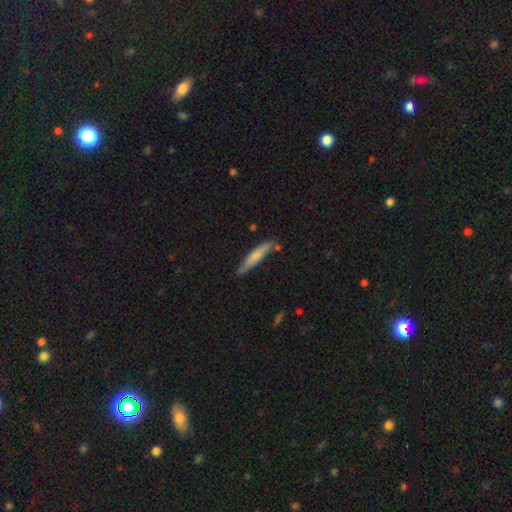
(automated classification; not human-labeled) Smooth or featured?
  - smooth: 67% *
  - featured or disk: 28%
  - star or artifact: 5%
How rounded?
  - cigar-shaped: 90% *
  - in between: 9%
  - round: 1%
Merging?
  - none: 75% *
  - minor disturbance: 18%
  - merger: 5%
  - major disturbance: 3%